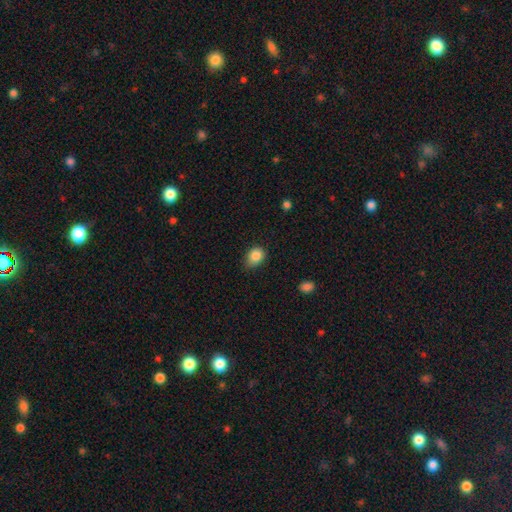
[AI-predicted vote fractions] The model was most divided on "how rounded": in between: 52%, round: 47%, cigar-shaped: 1%. More confident: smooth or featured — smooth (85%); merging — none (61%).